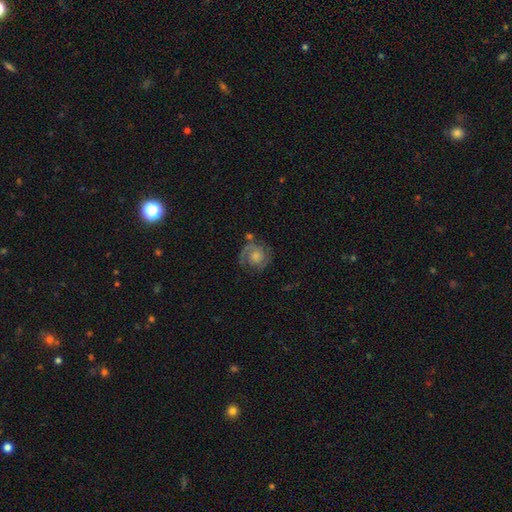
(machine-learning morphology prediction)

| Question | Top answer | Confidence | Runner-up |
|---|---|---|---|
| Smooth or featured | featured or disk | 66% | smooth (26%) |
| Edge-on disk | no | 98% | yes (2%) |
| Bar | no | 71% | weak (25%) |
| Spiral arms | yes | 89% | no (11%) |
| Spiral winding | tight | 46% | medium (38%) |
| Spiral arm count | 2 | 62% | 1 (15%) |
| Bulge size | moderate | 36% | small (30%) |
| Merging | none | 61% | minor disturbance (20%) |